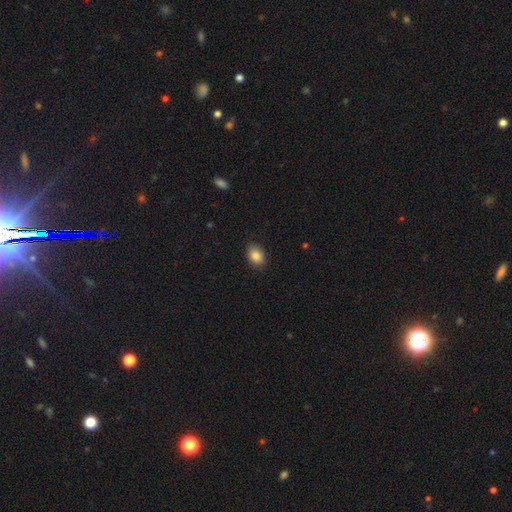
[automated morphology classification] type=smooth (87%); roundness=in between (82%); merging=none (86%).